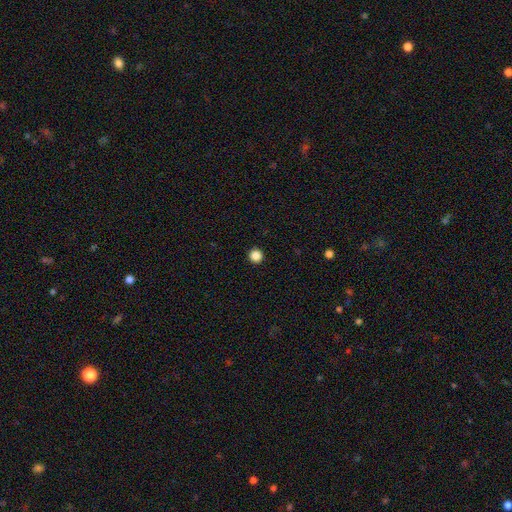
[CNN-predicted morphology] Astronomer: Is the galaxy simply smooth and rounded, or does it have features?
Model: smooth — 86%.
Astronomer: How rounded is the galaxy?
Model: round — 97%.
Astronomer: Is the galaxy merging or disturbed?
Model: none — 94%.